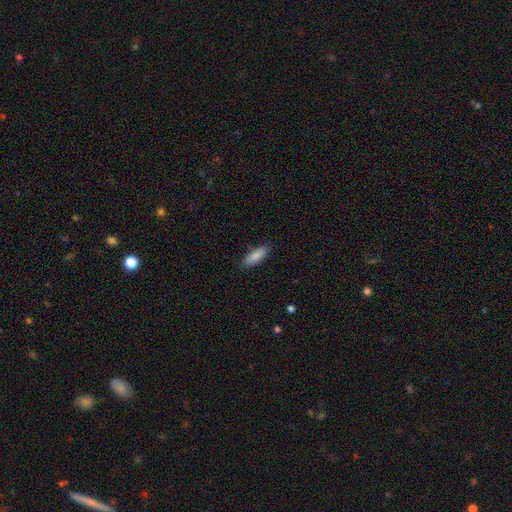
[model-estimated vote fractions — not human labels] Morphology: type=smooth (87%); roundness=in between (53%); merging=none (84%).